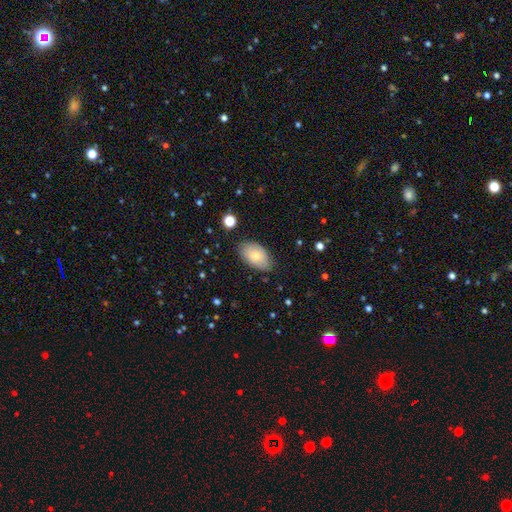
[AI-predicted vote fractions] This appears to be a smooth galaxy with no disk features (74%) that is in between round and cigar-shaped (93%). Merging: none (81%).